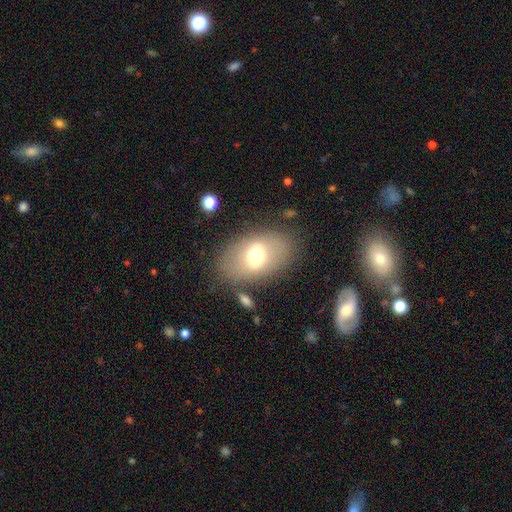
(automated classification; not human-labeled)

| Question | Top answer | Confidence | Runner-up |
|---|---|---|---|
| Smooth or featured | smooth | 58% | featured or disk (33%) |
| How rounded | in between | 87% | round (11%) |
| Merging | none | 77% | minor disturbance (13%) |